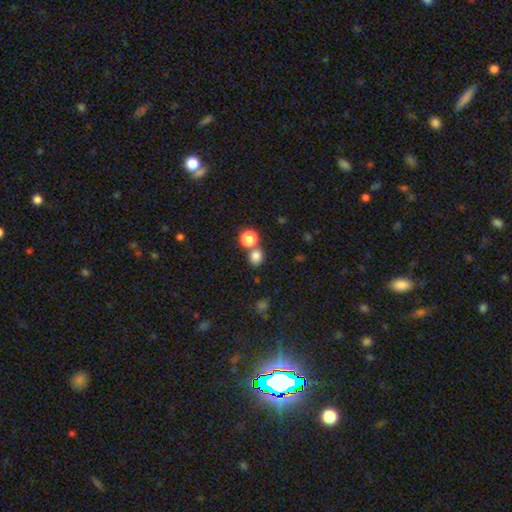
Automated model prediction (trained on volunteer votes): The model was most divided on "merging": none: 62%, merger: 27%, minor disturbance: 8%, major disturbance: 3%. More confident: smooth or featured — smooth (78%); how rounded — round (75%).